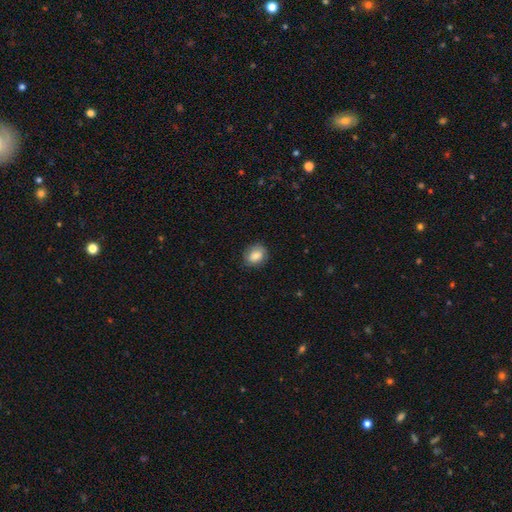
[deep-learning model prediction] Smooth or featured?
  - smooth: 80% *
  - featured or disk: 12%
  - star or artifact: 8%
How rounded?
  - round: 55% *
  - in between: 44%
  - cigar-shaped: 1%
Merging?
  - none: 80% *
  - minor disturbance: 15%
  - major disturbance: 4%
  - merger: 1%